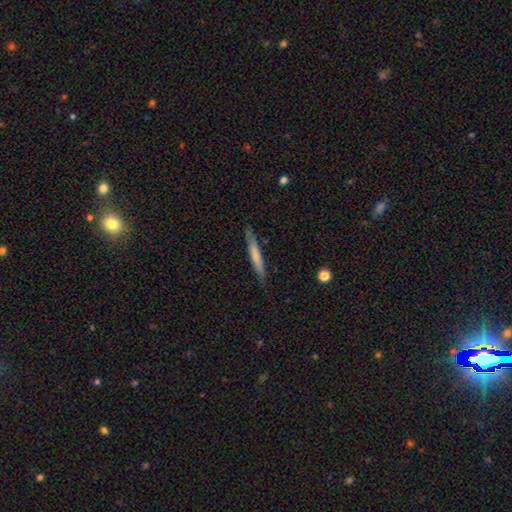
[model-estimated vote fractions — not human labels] smooth_or_featured: smooth (p=0.64) [alt: featured or disk p=0.31]
how_rounded: cigar-shaped (p=0.95) [alt: in between p=0.03]
merging: none (p=0.85) [alt: minor disturbance p=0.11]